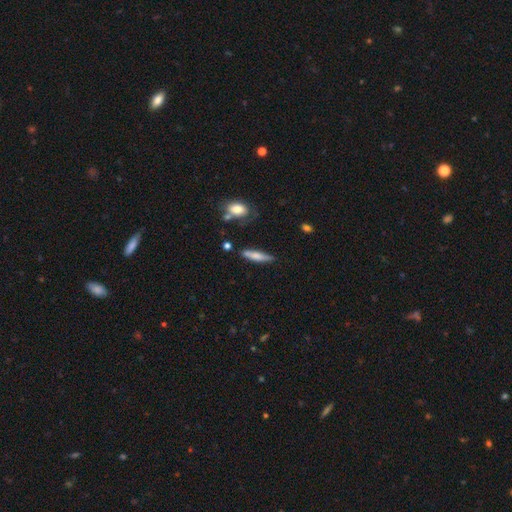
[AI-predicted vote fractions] This is likely a smooth galaxy (64%). How rounded: likely cigar-shaped (79%). Merging: likely none (73%).